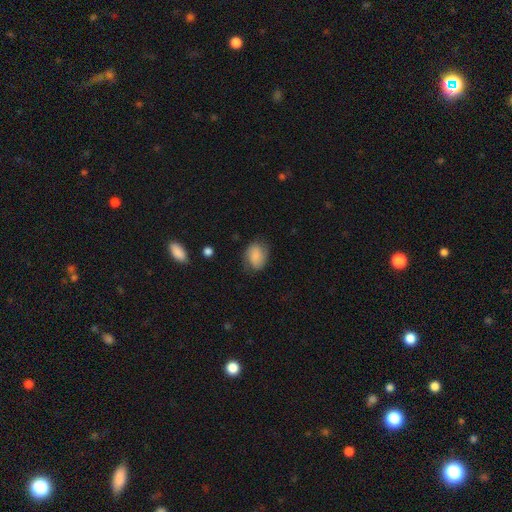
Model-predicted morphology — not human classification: Overall: smooth (77%). How rounded: in between (69%; round 30%). Merging: none (68%).